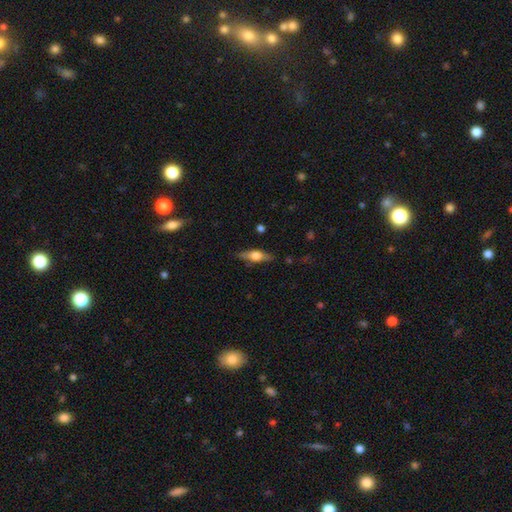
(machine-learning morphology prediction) smooth-or-featured: featured or disk: 54% | smooth: 40% | star or artifact: 6%
  disk-edge-on: yes: 93% | no: 7%
    edge-on-bulge: rounded: 91% | boxy: 8% | none: 2%
  merging: none: 83% | minor disturbance: 13% | major disturbance: 3% | merger: 2%